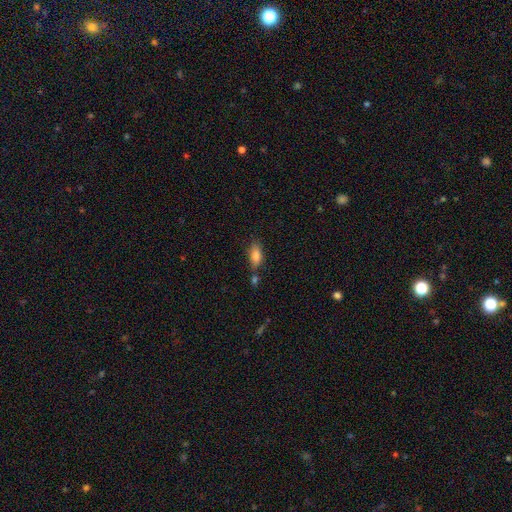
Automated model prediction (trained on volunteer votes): This is clearly a smooth galaxy (82%). How rounded: clearly in between (84%). Merging: likely none (64%).